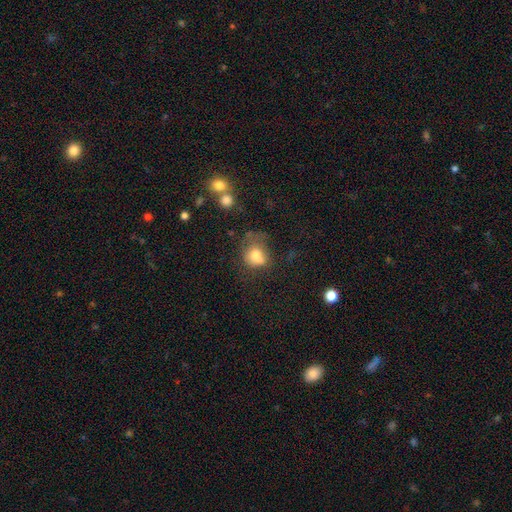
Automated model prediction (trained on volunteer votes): Smooth or featured? Predicted: smooth (p=0.71). How rounded? Predicted: round (p=0.57). Merging? Predicted: none (p=0.31).